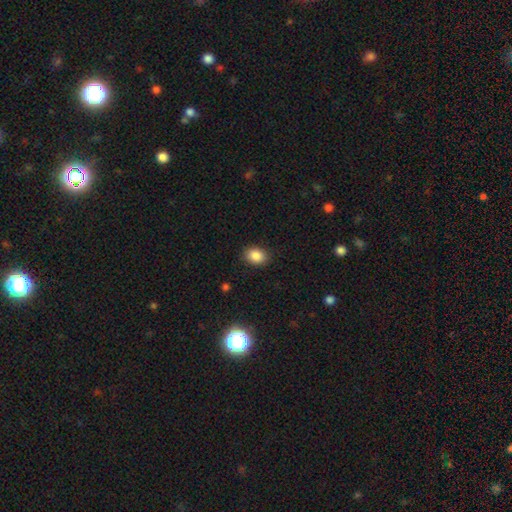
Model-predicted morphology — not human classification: A smooth galaxy with no disk features (87%) that is in between round and cigar-shaped (70%). Merging: none (88%).